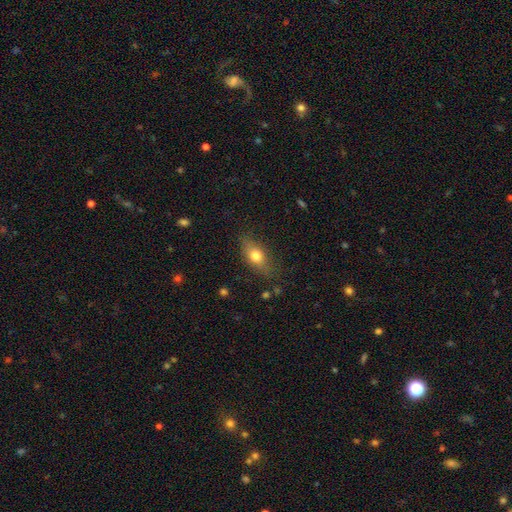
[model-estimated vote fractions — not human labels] smooth_or_featured: smooth (p=0.72) [alt: featured or disk p=0.20]
how_rounded: in between (p=0.75) [alt: cigar-shaped p=0.13]
merging: none (p=0.77) [alt: minor disturbance p=0.17]